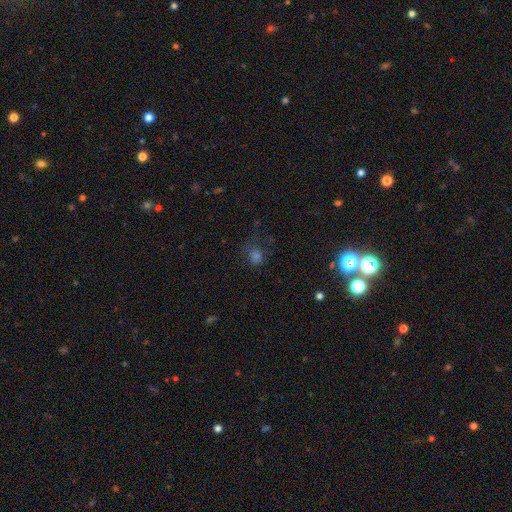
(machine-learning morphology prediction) Smooth or featured?
  - smooth: 55% *
  - star or artifact: 33%
  - featured or disk: 12%
How rounded?
  - round: 69% *
  - in between: 30%
  - cigar-shaped: 1%
Merging?
  - none: 60% *
  - minor disturbance: 20%
  - major disturbance: 18%
  - merger: 2%